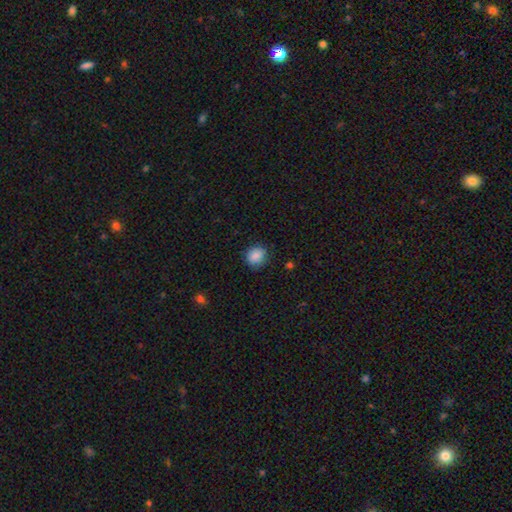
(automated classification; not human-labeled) Morphology: type=smooth (87%); roundness=round (66%); merging=none (81%).